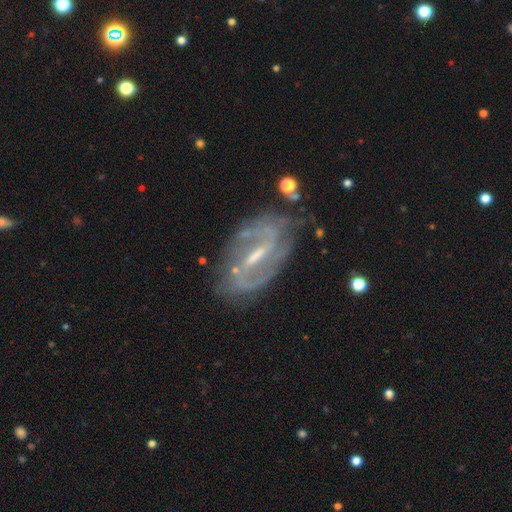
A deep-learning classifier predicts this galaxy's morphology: smooth_or_featured: featured or disk (p=0.88) [alt: smooth p=0.06]
disk_edge_on: no (p=0.95) [alt: yes p=0.05]
bar: strong (p=0.54) [alt: weak p=0.38]
has_spiral_arms: yes (p=0.93) [alt: no p=0.07]
spiral_winding: medium (p=0.48) [alt: tight p=0.33]
spiral_arm_count: 2 (p=0.80) [alt: can't tell p=0.10]
bulge_size: small (p=0.50) [alt: moderate p=0.33]
merging: none (p=0.70) [alt: minor disturbance p=0.19]